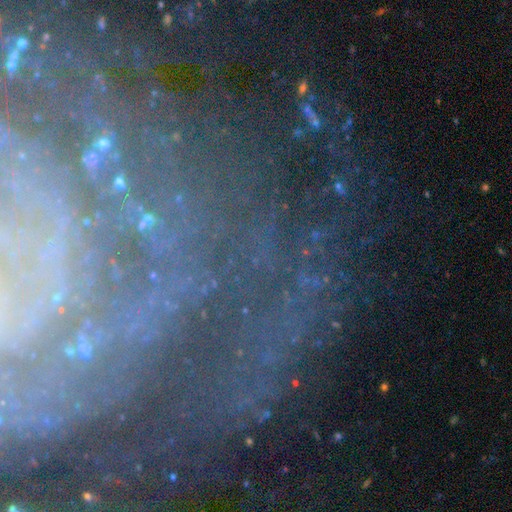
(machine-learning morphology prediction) This is likely a featured or disk galaxy (63%). It is clearly not viewed edge-on (92%). Bar: possibly no (49%). Spiral arm pattern: clearly yes (85%). Central bulge: possibly small (57%). Merging: likely none (68%).